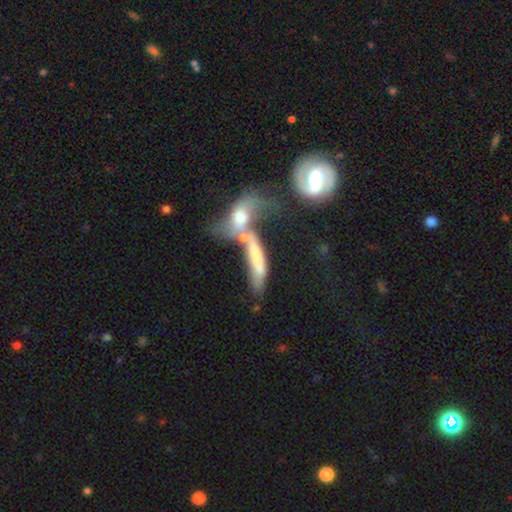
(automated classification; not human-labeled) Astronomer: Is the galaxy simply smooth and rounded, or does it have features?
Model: featured or disk — 47% (runner-up: smooth, 43%).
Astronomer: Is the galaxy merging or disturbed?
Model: merger — 59%.